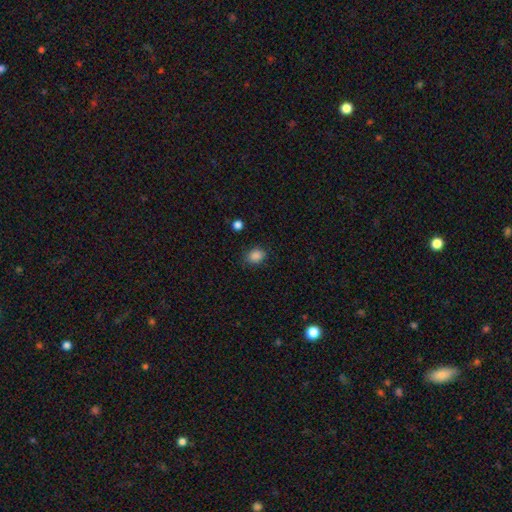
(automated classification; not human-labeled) This is clearly a smooth galaxy (86%). How rounded: possibly round (54%). Merging: clearly none (84%).